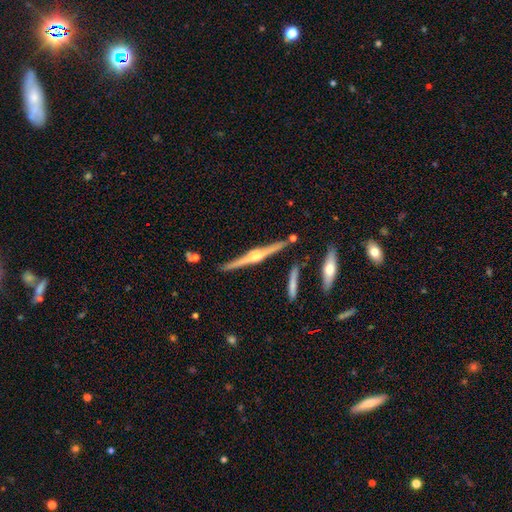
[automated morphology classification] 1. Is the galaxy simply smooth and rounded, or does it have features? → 85% featured or disk, 10% smooth, 5% star or artifact.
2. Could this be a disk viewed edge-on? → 98% yes, 2% no.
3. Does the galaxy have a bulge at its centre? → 90% rounded, 6% boxy, 4% none.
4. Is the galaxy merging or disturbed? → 88% none, 8% minor disturbance, 3% merger, 2% major disturbance.